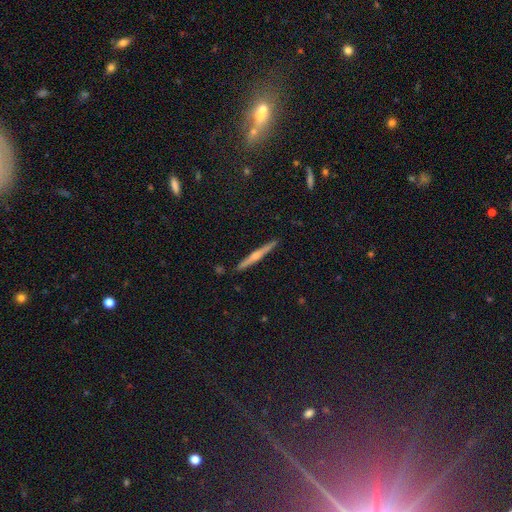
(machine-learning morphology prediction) This appears to be a featured or disk galaxy (65%) viewed edge-on (98%) with a rounded central bulge (73%). Merging: none (91%).